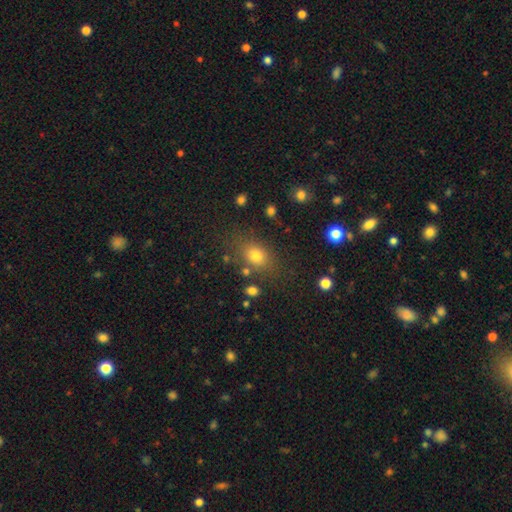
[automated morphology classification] This appears to be a smooth galaxy with no disk features (74%) that is in between round and cigar-shaped (61%). Merging: none (78%).